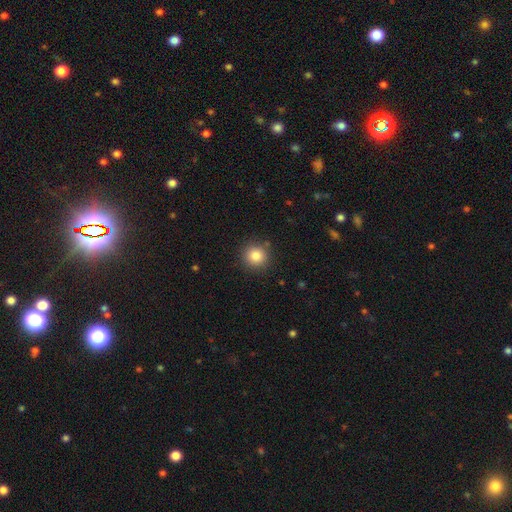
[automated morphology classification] Overall: smooth (84%). How rounded: round (93%). Merging: none (88%).